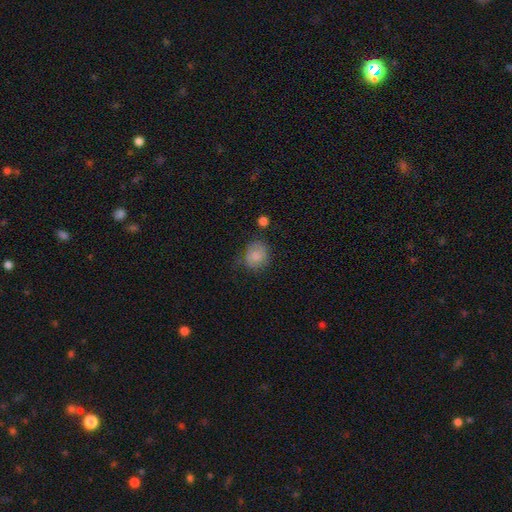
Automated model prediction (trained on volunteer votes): Overall: smooth (80%). How rounded: round (71%). Merging: none (64%; minor disturbance 25%).